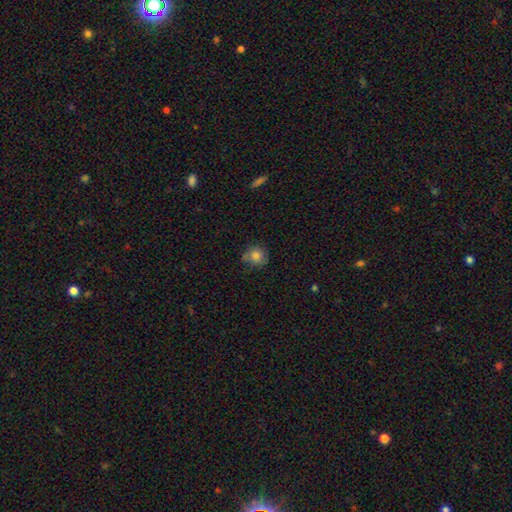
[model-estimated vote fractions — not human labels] This appears to be a smooth galaxy with no disk features (80%) that is round (86%). Merging: none (68%).